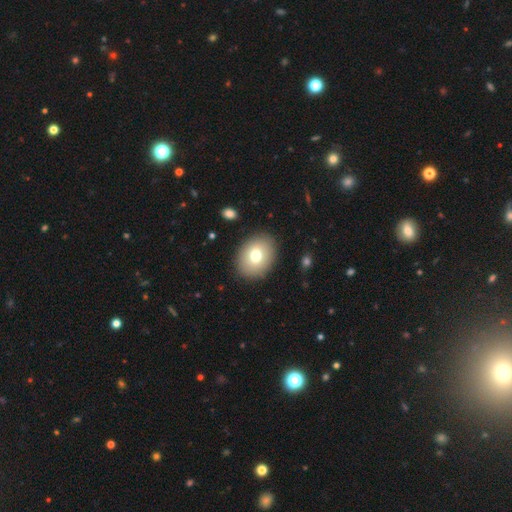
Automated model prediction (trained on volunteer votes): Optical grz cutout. It shows a smooth galaxy with no disk features (74%) that is in between round and cigar-shaped (63%). Merging: none (88%).